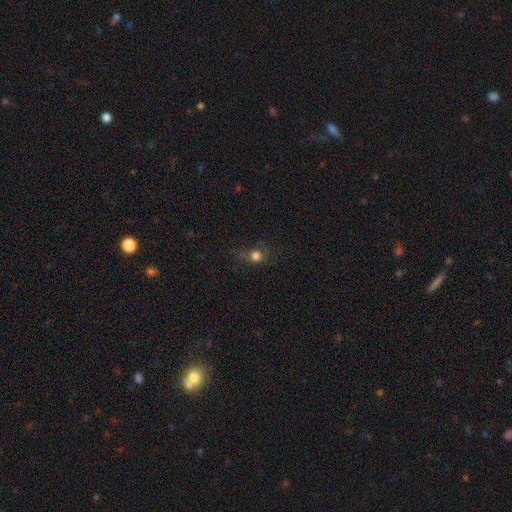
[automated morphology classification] Smooth or featured? Predicted: smooth (p=0.71). How rounded? Predicted: round (p=0.79). Merging? Predicted: none (p=0.61).